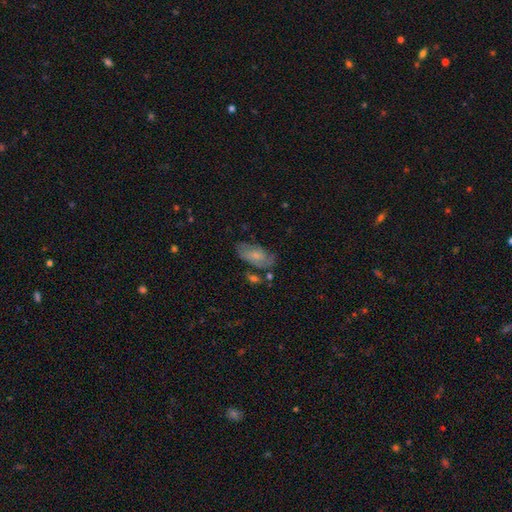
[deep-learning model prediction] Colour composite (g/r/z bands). It shows a smooth galaxy with no disk features (50%). Merging: none (58%).